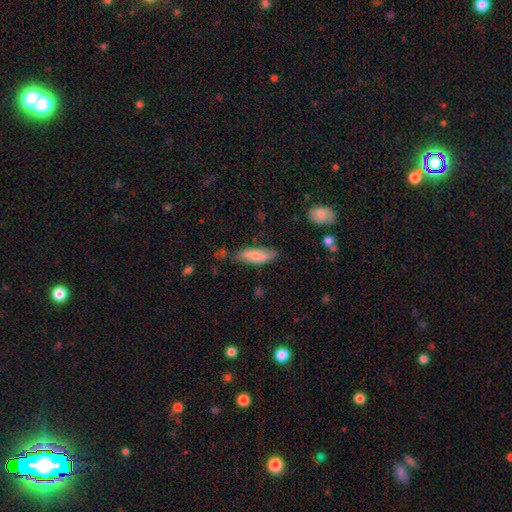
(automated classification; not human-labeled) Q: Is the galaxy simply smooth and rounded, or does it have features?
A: smooth — 74%.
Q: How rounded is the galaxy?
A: in between — 56%.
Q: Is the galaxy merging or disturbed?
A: none — 73%.